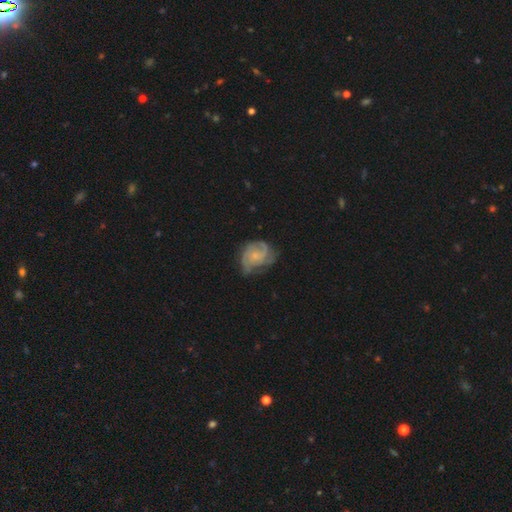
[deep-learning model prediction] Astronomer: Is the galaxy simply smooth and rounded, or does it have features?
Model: featured or disk — 77%.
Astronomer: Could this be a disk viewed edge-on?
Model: no — 98%.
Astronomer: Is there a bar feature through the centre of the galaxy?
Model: no — 72%.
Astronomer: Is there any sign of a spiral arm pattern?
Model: yes — 94%.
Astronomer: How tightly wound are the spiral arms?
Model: tight — 43% (runner-up: medium, 42%).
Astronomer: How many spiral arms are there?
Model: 2 — 36% (runner-up: 3, 28%).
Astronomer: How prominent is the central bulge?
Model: small — 67%.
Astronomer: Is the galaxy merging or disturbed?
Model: none — 56%.